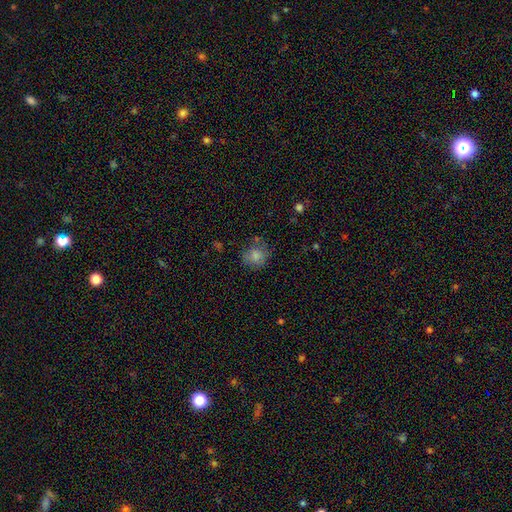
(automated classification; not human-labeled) A smooth galaxy with no disk features (81%) that is round (81%).

Vote fractions:
- Smooth or featured? smooth: 81% / featured or disk: 10% / star or artifact: 9%
- How rounded? round: 81% / in between: 18% / cigar-shaped: 1%
- Merging? none: 66% / minor disturbance: 22% / major disturbance: 7% / merger: 5%